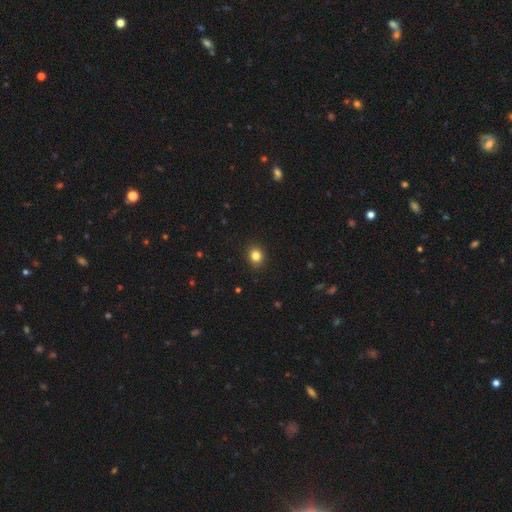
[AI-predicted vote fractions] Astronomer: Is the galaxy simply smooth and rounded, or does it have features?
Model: smooth — 83%.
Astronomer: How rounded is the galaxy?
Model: round — 71%.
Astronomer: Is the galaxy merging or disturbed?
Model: none — 89%.